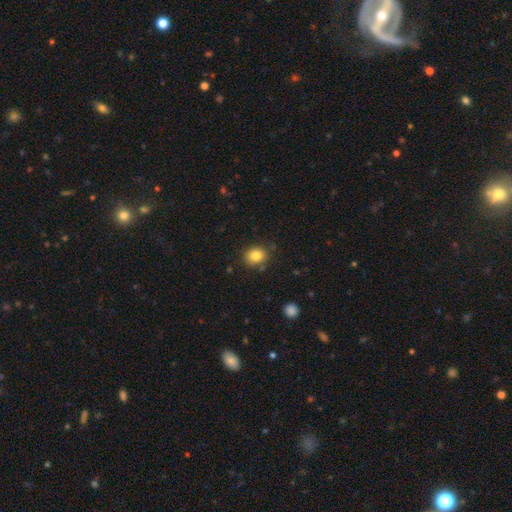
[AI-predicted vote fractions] This appears to be a smooth galaxy with no disk features (84%) that is round (69%). Merging: none (83%).